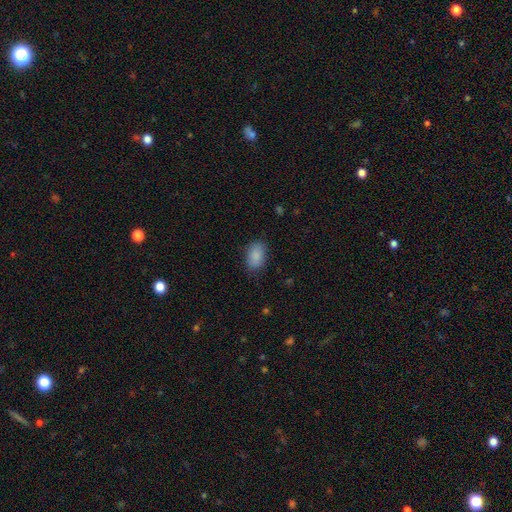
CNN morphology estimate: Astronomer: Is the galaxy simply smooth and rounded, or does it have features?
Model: smooth — 89%.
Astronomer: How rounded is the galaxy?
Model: in between — 91%.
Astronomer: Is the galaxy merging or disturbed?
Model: none — 83%.